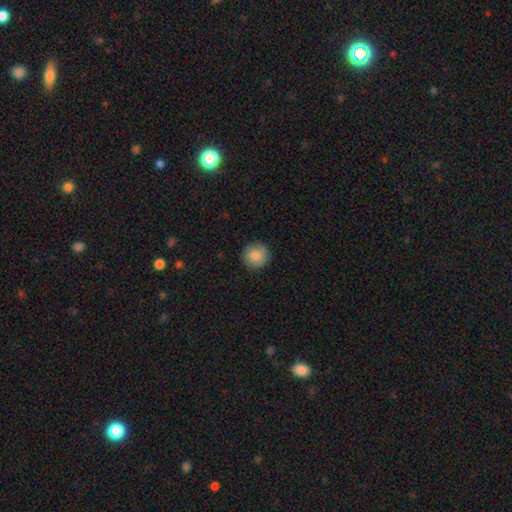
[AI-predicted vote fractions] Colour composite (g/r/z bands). It shows a smooth galaxy with no disk features (86%) that is round (94%). Merging: none (90%).